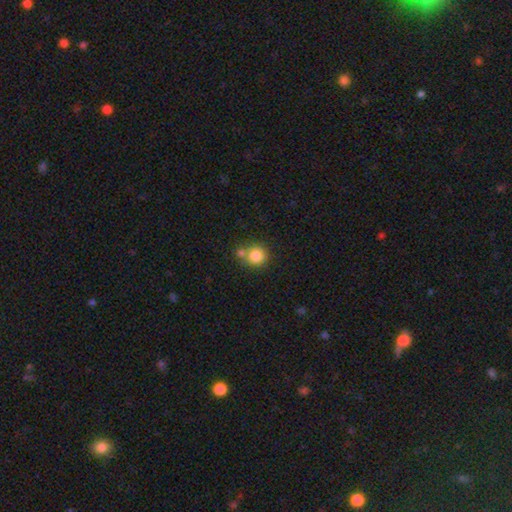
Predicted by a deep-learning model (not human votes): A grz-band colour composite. It shows a smooth galaxy with no disk features (83%) that is round (89%). Merging: none (58%).